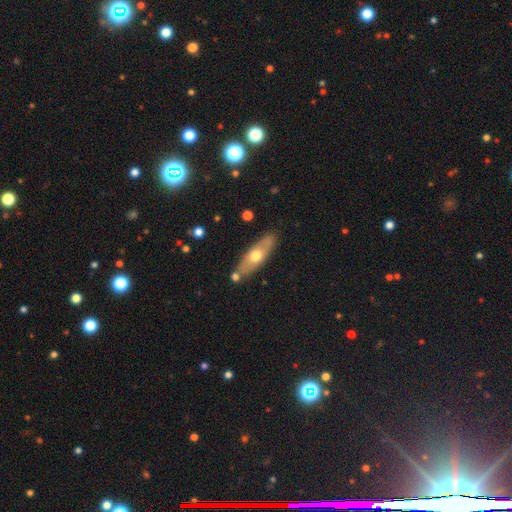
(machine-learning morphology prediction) Smooth or featured?
  - smooth: 51% *
  - featured or disk: 43%
  - star or artifact: 6%
How rounded?
  - cigar-shaped: 49% *
  - in between: 48%
  - round: 3%
Merging?
  - none: 79% *
  - minor disturbance: 12%
  - merger: 6%
  - major disturbance: 3%